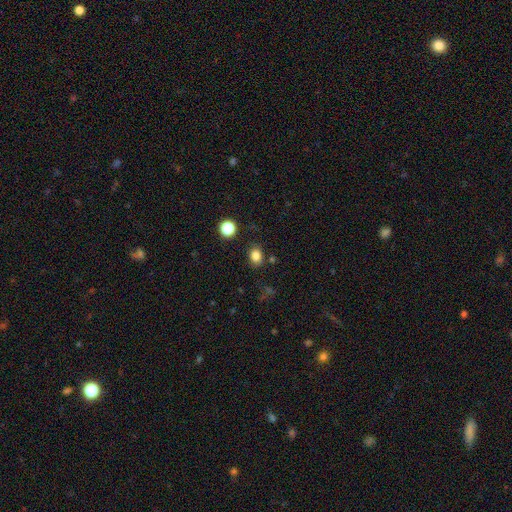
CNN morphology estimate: smooth_or_featured: smooth (p=0.82) [alt: star or artifact p=0.12]
how_rounded: in between (p=0.52) [alt: round p=0.47]
merging: none (p=0.82) [alt: minor disturbance p=0.11]